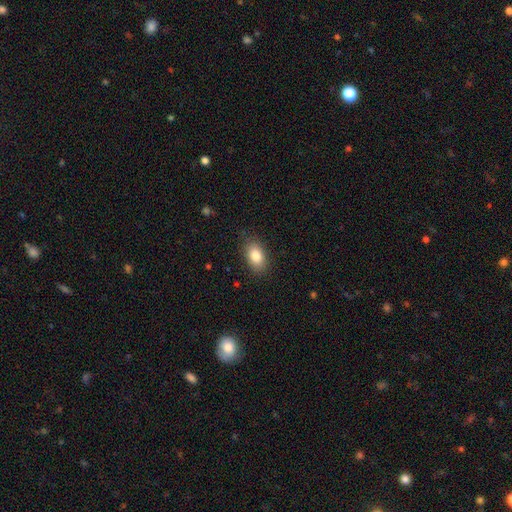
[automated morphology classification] smooth 84%, featured or disk 8%, star or artifact 8%. Down the decision tree: how rounded — in between (89%); merging — none (84%).